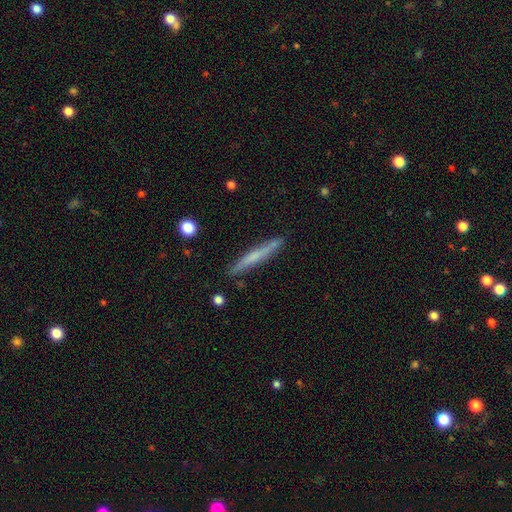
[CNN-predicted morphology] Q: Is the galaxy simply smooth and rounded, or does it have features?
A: smooth — 49%.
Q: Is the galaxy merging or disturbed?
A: none — 87%.